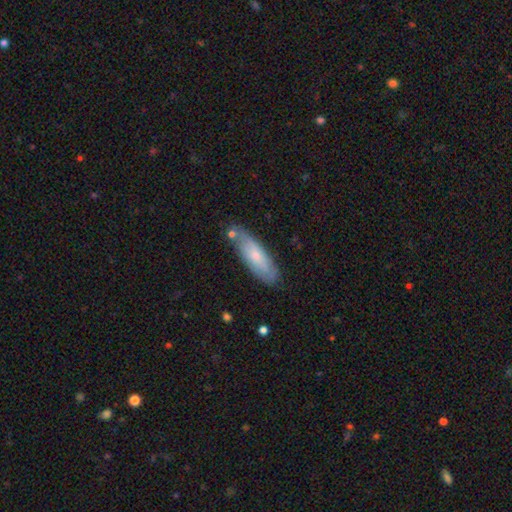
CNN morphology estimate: smooth 60%, featured or disk 34%, star or artifact 6%. Down the decision tree: how rounded — in between (51%); merging — none (71%).